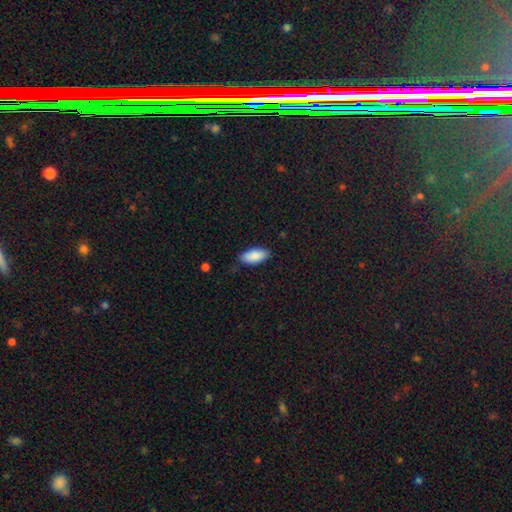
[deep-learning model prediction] A smooth galaxy with no disk features (89%) that is in between round and cigar-shaped (89%). Merging: none (81%).